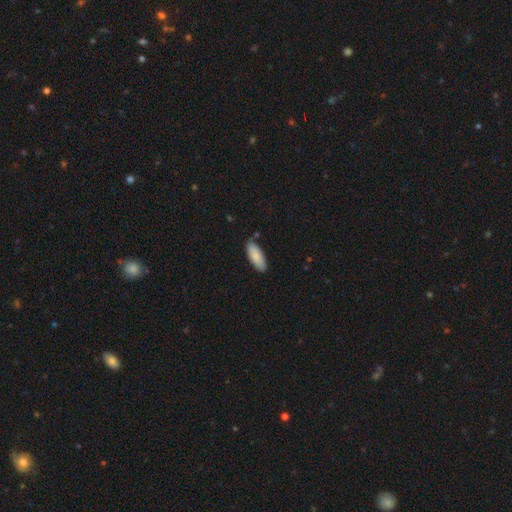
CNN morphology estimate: Smooth or featured? smooth (86%)
How rounded? in between (76%)
Merging? none (80%)